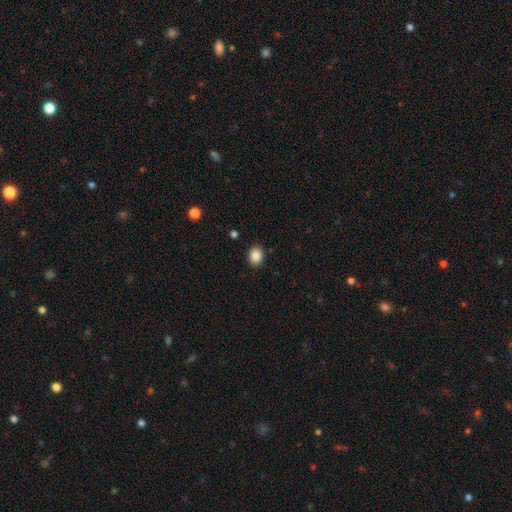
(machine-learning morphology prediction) A smooth galaxy with no disk features (87%) that is in between round and cigar-shaped (57%).

Vote fractions:
- Smooth or featured? smooth: 87% / star or artifact: 9% / featured or disk: 4%
- How rounded? in between: 57% / round: 42% / cigar-shaped: 1%
- Merging? none: 89% / minor disturbance: 8% / major disturbance: 2% / merger: 1%